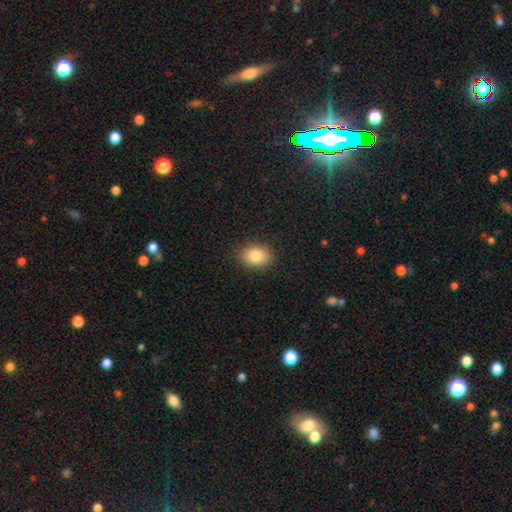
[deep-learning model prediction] This is clearly a smooth galaxy (84%). How rounded: likely in between (76%). Merging: clearly none (88%).